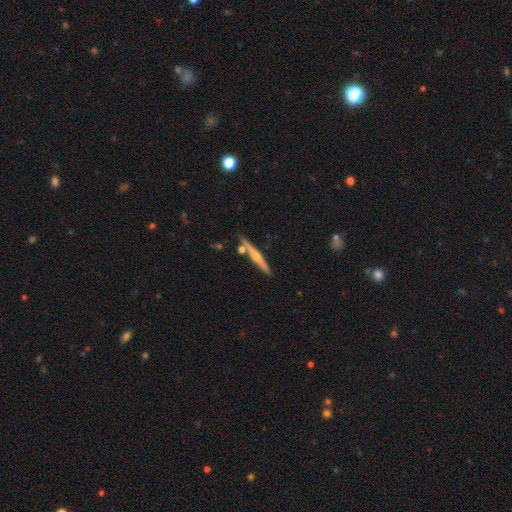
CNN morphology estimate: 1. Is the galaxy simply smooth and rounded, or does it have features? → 66% featured or disk, 28% smooth, 6% star or artifact.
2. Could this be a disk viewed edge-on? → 97% yes, 3% no.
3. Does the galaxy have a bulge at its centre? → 77% rounded, 19% none, 5% boxy.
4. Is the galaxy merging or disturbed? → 82% none, 9% minor disturbance, 6% merger, 2% major disturbance.